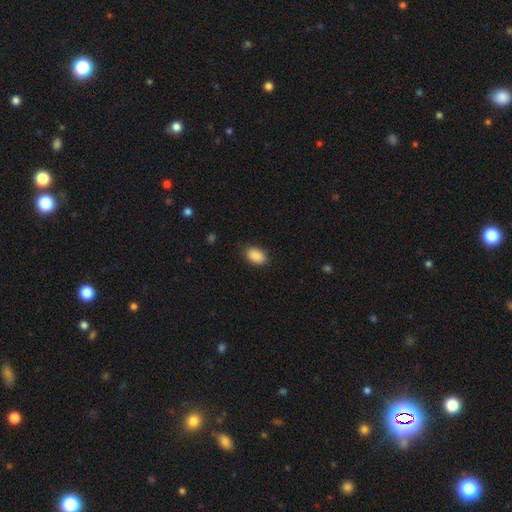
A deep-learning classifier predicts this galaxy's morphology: Smooth or featured? Predicted: smooth (p=0.90). How rounded? Predicted: in between (p=0.91). Merging? Predicted: none (p=0.87).